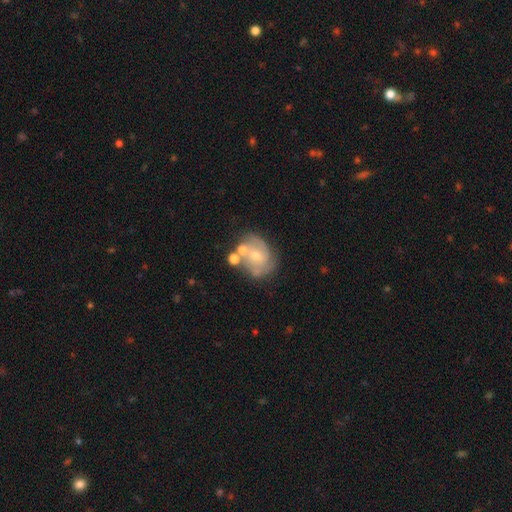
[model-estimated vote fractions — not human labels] A featured or disk galaxy (63%) with no bar (54%), spiral arms (77%) and a small central bulge (55%). Merging: none (51%).